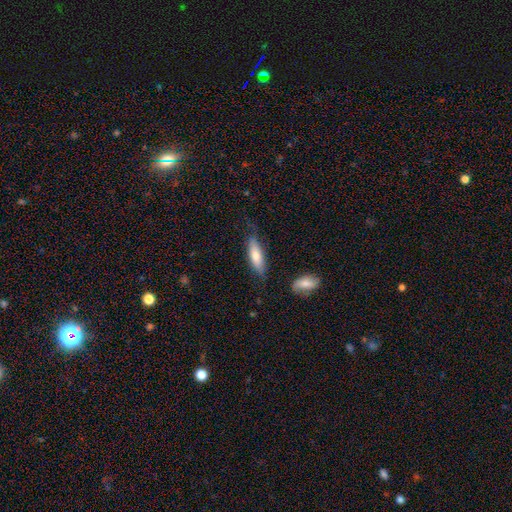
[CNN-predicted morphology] Smooth or featured? Predicted: smooth (p=0.71). How rounded? Predicted: cigar-shaped (p=0.52). Merging? Predicted: none (p=0.71).